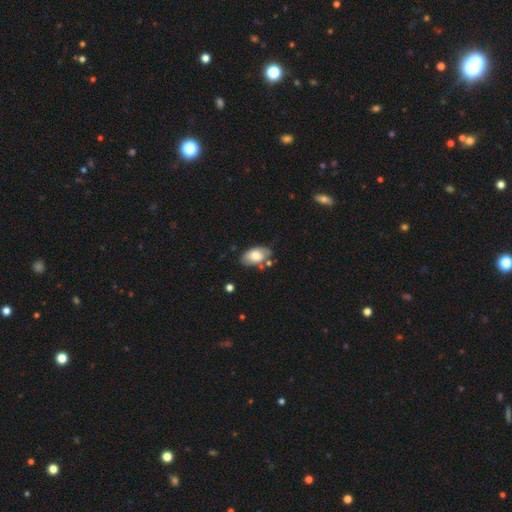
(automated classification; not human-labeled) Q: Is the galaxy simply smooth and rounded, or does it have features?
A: smooth — 72%.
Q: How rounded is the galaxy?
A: in between — 93%.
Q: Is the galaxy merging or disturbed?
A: none — 61%.